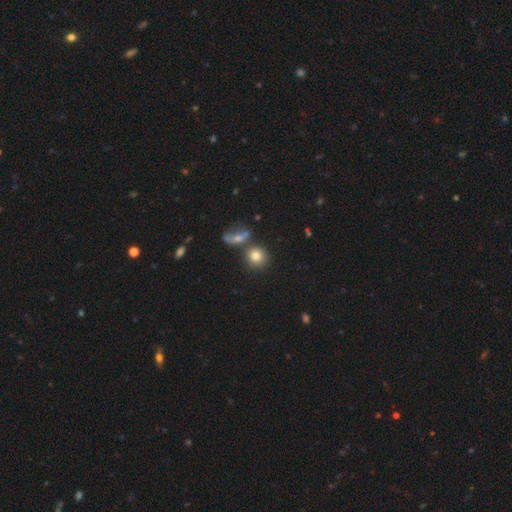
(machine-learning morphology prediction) smooth 79%, star or artifact 11%, featured or disk 10%. Down the decision tree: how rounded — round (85%); merging — none (65%).